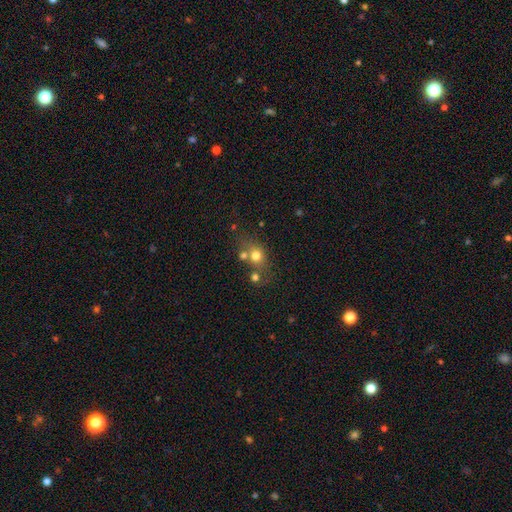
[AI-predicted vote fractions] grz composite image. It shows a smooth galaxy with no disk features (69%) that is round (61%). Merging: none (51%).